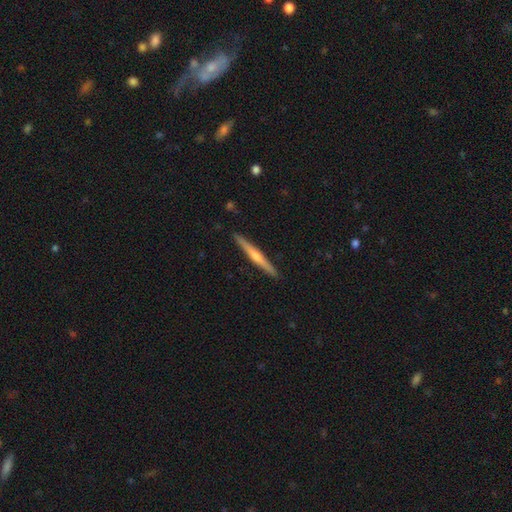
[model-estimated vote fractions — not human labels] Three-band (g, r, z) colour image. It shows a featured or disk galaxy (70%) viewed edge-on (98%) with a rounded central bulge (77%). Merging: none (92%).